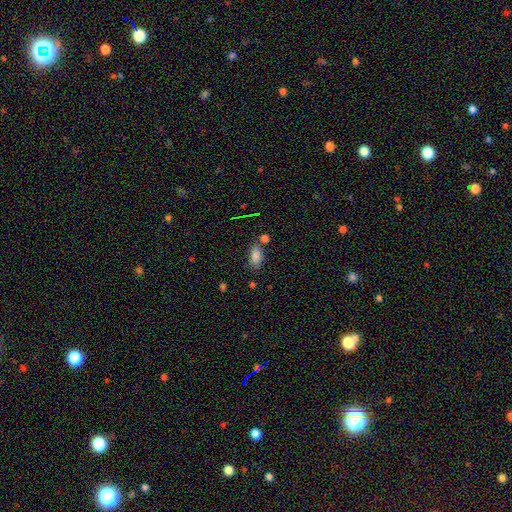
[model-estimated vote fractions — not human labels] Morphology: type=smooth (84%); roundness=in between (88%); merging=none (69%).